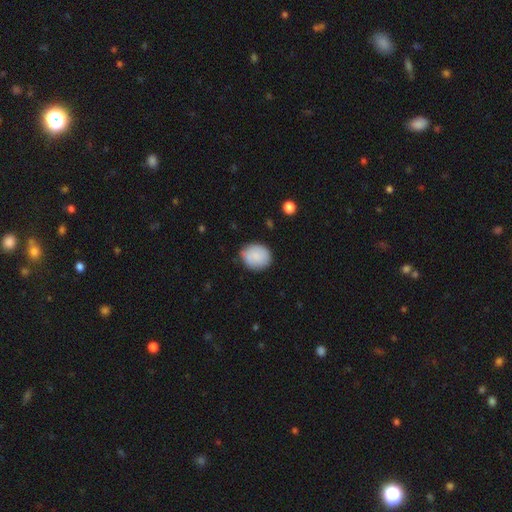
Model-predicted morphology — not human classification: Smooth or featured: smooth — 84% (featured or disk — 9%)
How rounded: round — 63% (in between — 36%)
Merging: none — 76% (minor disturbance — 19%)